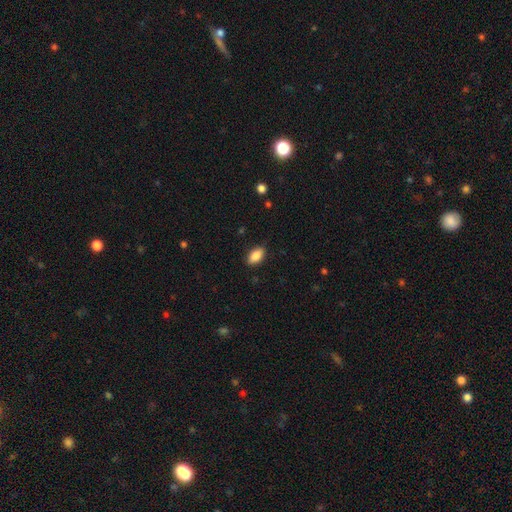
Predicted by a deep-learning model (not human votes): A smooth galaxy with no disk features (88%) that is in between round and cigar-shaped (92%). Merging: none (87%).